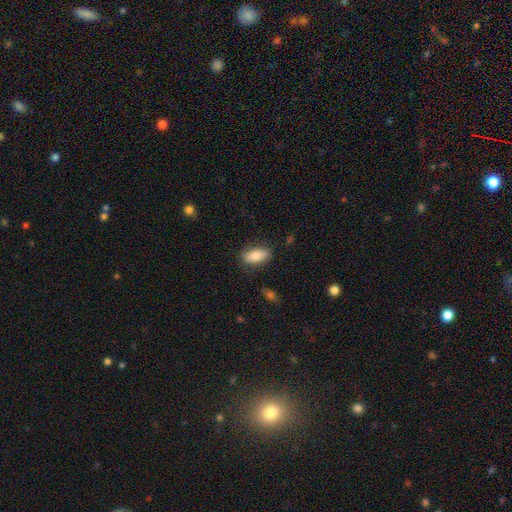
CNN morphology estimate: Q: Smooth or featured?
A: smooth (78%); runner-up: featured or disk (15%)
Q: How rounded?
A: in between (86%); runner-up: cigar-shaped (10%)
Q: Merging?
A: none (82%); runner-up: minor disturbance (13%)